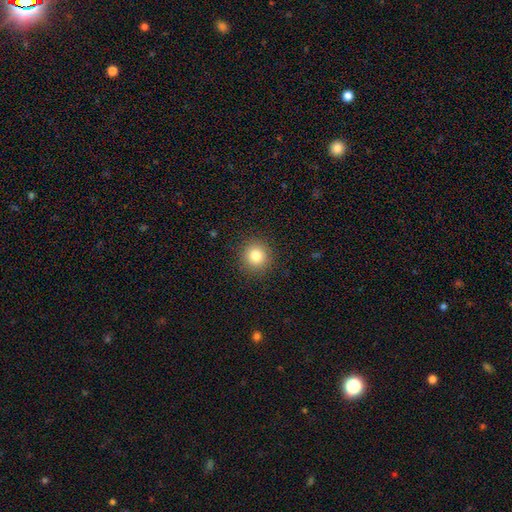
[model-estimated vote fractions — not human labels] Smooth or featured? Predicted: smooth (p=0.81). How rounded? Predicted: round (p=0.92). Merging? Predicted: none (p=0.91).